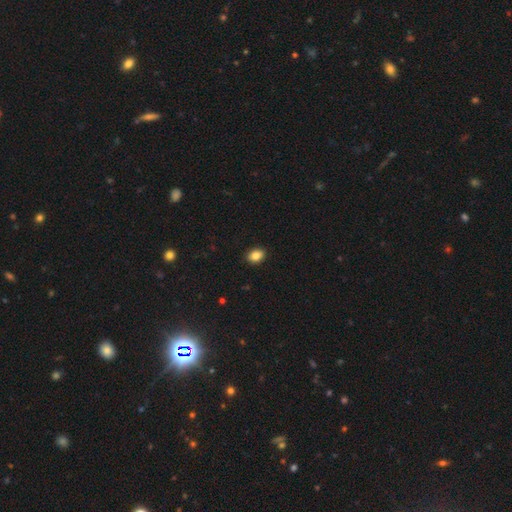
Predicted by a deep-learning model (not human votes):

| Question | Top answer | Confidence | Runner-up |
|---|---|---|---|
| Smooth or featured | smooth | 86% | star or artifact (9%) |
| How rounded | in between | 66% | round (33%) |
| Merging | none | 90% | minor disturbance (7%) |